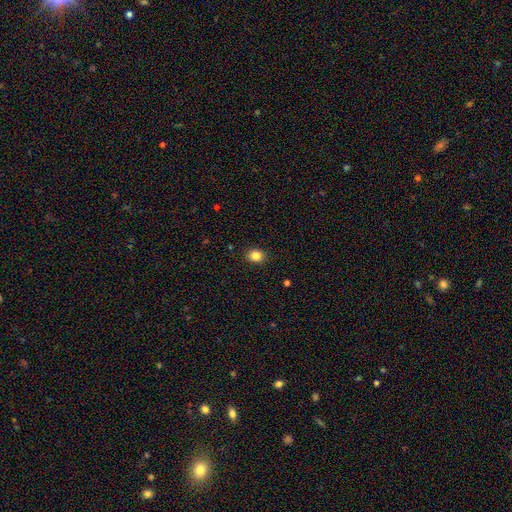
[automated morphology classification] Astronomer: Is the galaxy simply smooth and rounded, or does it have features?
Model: smooth — 85%.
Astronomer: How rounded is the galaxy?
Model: round — 60% (runner-up: in between, 40%).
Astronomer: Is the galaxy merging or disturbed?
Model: none — 90%.